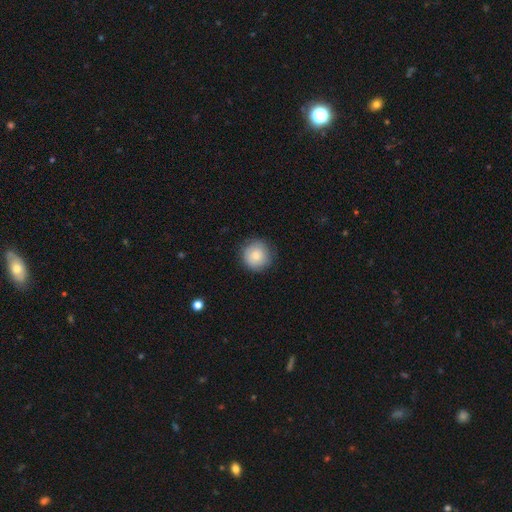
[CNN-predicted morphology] smooth-or-featured: smooth: 84% | featured or disk: 9% | star or artifact: 7%
  how-rounded: round: 95% | in between: 4% | cigar-shaped: 1%
  merging: none: 87% | minor disturbance: 10% | major disturbance: 2% | merger: 1%